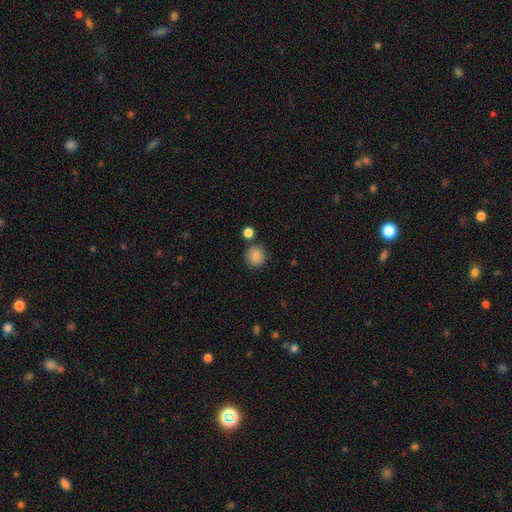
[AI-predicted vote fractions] Smooth or featured? Predicted: smooth (p=0.86). How rounded? Predicted: round (p=0.90). Merging? Predicted: none (p=0.81).